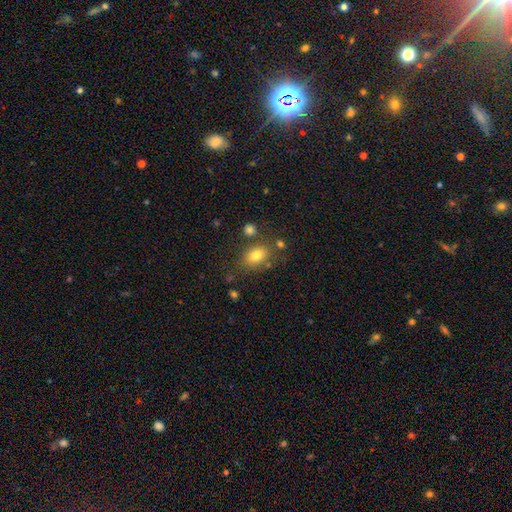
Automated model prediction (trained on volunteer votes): Overall: smooth (79%). How rounded: in between (77%). Merging: none (72%).